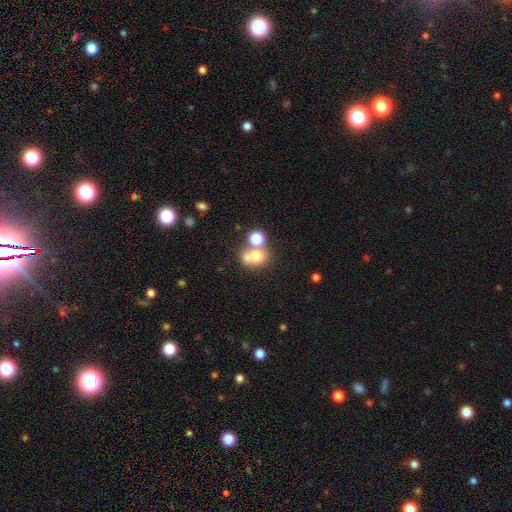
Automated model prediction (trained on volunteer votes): Q: Smooth or featured?
A: smooth (68%); runner-up: featured or disk (17%)
Q: How rounded?
A: round (62%); runner-up: in between (37%)
Q: Merging?
A: merger (45%); runner-up: none (40%)